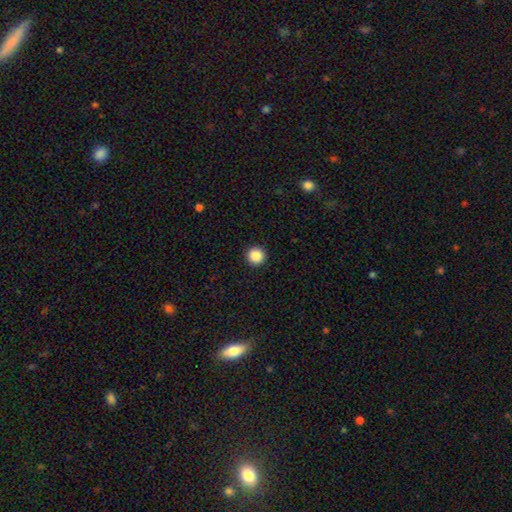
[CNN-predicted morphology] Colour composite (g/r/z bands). It shows a smooth galaxy with no disk features (87%) that is round (96%). Merging: none (94%).